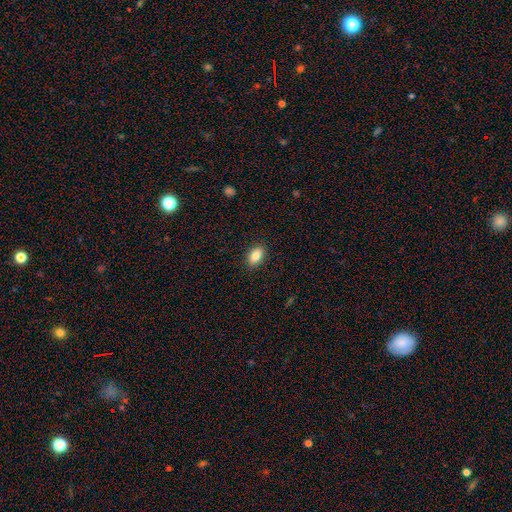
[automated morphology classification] smooth-or-featured: smooth: 84% | star or artifact: 8% | featured or disk: 7%
  how-rounded: in between: 88% | round: 10% | cigar-shaped: 2%
  merging: none: 89% | minor disturbance: 8% | major disturbance: 2% | merger: 1%